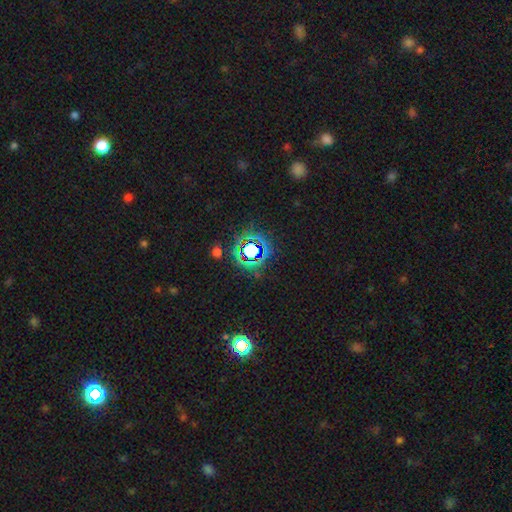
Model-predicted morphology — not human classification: Smooth or featured?
  - star or artifact: 77% *
  - smooth: 15%
  - featured or disk: 9%